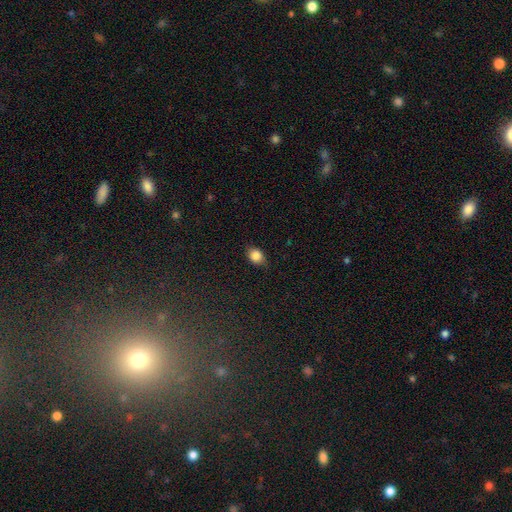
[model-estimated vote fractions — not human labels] A smooth galaxy with no disk features (85%) that is in between round and cigar-shaped (50%). Merging: none (77%).